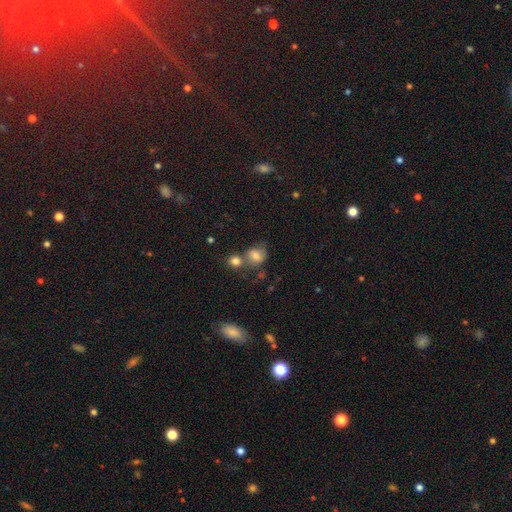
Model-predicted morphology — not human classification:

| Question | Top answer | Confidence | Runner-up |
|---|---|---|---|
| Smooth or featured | smooth | 71% | featured or disk (17%) |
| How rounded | round | 60% | in between (39%) |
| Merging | none | 44% | merger (32%) |